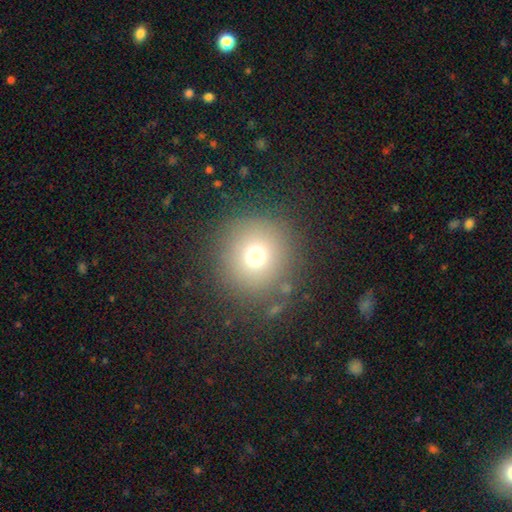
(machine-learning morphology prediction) Q: Smooth or featured?
A: smooth (72%); runner-up: star or artifact (18%)
Q: How rounded?
A: round (94%); runner-up: in between (5%)
Q: Merging?
A: none (85%); runner-up: minor disturbance (8%)